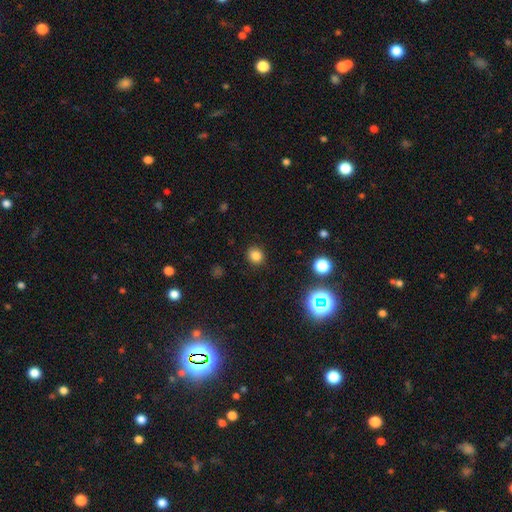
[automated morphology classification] This is likely a smooth galaxy (80%). How rounded: clearly round (80%). Merging: clearly none (90%).